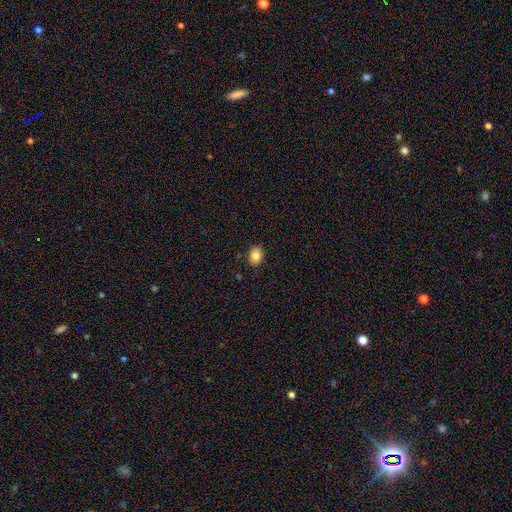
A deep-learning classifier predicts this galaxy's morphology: A smooth galaxy with no disk features (84%) that is in between round and cigar-shaped (60%). Merging: none (87%).